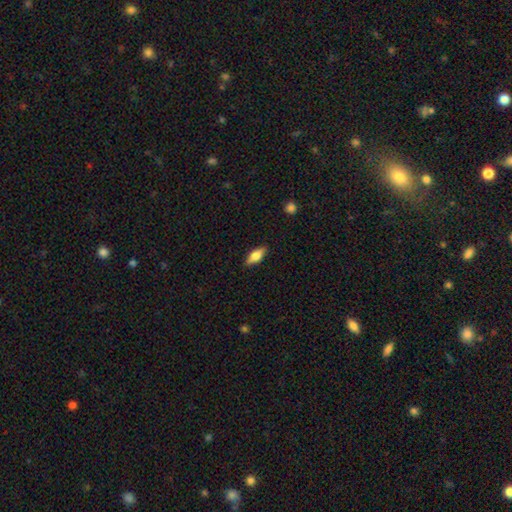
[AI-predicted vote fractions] Overall: smooth (67%). How rounded: in between (72%). Merging: none (88%).